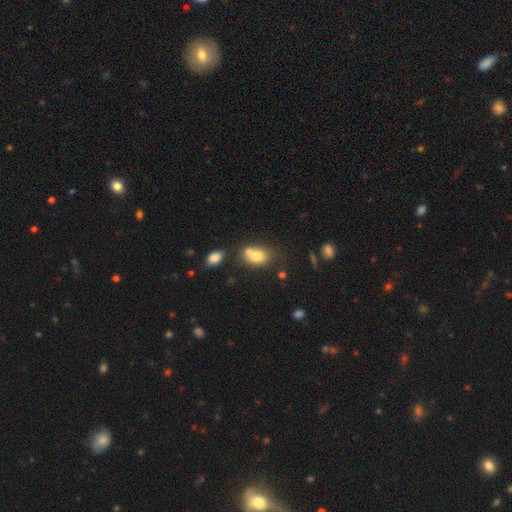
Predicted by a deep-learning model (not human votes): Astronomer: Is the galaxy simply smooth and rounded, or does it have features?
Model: smooth — 75%.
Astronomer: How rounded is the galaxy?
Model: in between — 69%.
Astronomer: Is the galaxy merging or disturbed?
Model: merger — 43% (runner-up: none, 39%).